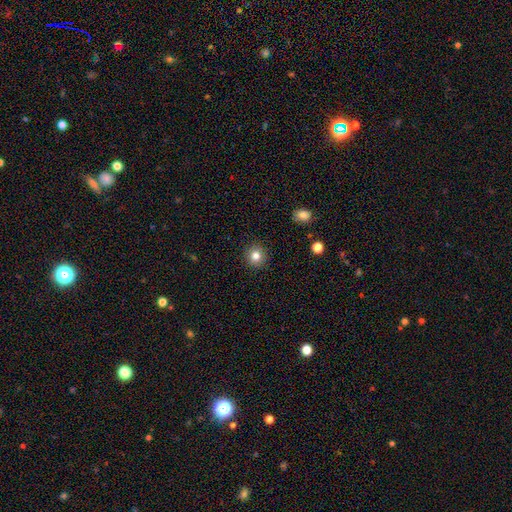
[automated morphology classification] smooth-or-featured: smooth: 82% | star or artifact: 11% | featured or disk: 7%
  how-rounded: round: 92% | in between: 7% | cigar-shaped: 1%
  merging: none: 92% | minor disturbance: 5% | major disturbance: 2% | merger: 1%